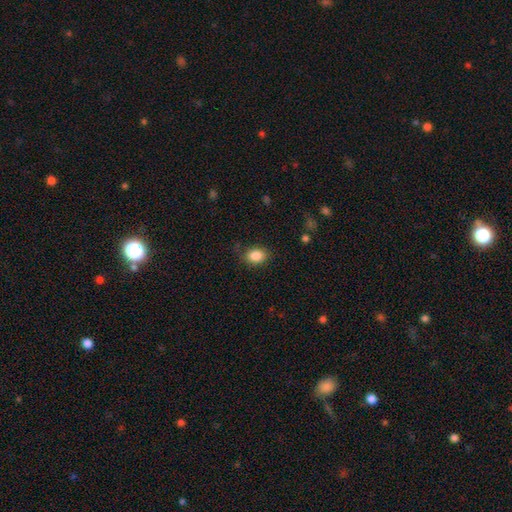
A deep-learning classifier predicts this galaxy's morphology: smooth 87%, star or artifact 9%, featured or disk 5%. Down the decision tree: how rounded — in between (67%); merging — none (81%).